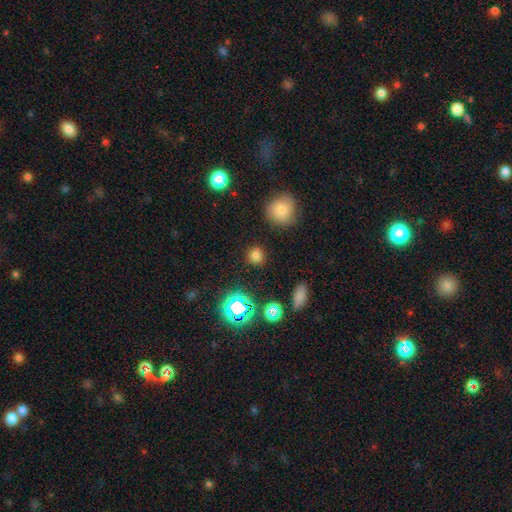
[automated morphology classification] A smooth galaxy with no disk features (75%) that is round (89%). Merging: none (88%).